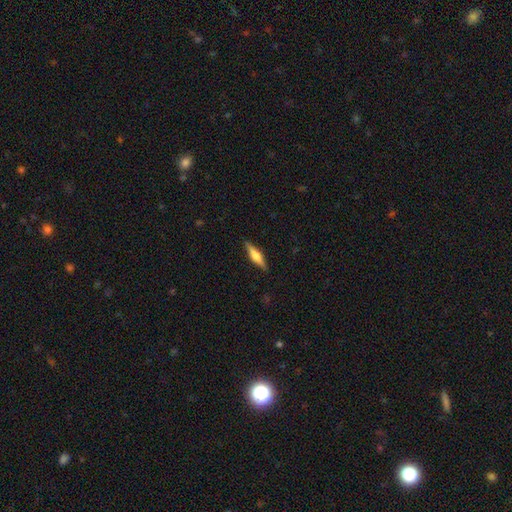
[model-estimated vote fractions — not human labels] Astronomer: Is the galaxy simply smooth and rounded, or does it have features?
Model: featured or disk — 55% (runner-up: smooth, 39%).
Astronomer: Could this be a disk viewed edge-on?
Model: yes — 97%.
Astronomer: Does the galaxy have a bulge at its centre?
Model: rounded — 85%.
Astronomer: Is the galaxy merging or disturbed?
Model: none — 90%.